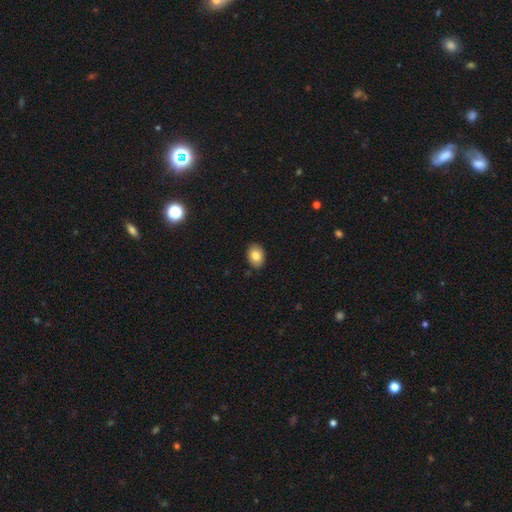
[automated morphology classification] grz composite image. It shows a smooth galaxy with no disk features (82%) that is in between round and cigar-shaped (69%). Merging: none (89%).